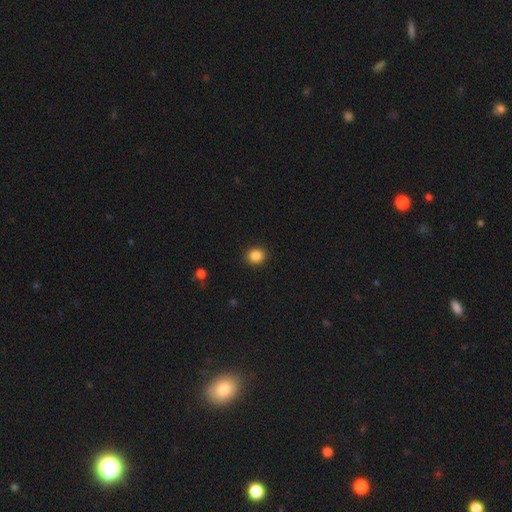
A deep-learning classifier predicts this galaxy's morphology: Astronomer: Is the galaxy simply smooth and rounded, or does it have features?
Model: smooth — 86%.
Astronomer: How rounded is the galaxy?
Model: round — 81%.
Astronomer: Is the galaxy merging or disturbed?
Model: none — 91%.